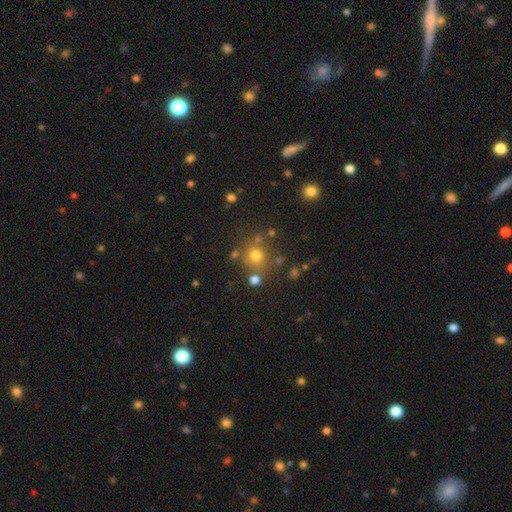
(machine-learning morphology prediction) smooth 70%, star or artifact 21%, featured or disk 9%. Down the decision tree: how rounded — round (90%); merging — none (76%).